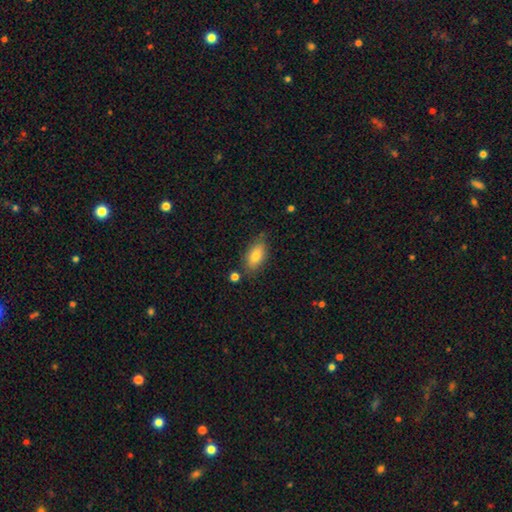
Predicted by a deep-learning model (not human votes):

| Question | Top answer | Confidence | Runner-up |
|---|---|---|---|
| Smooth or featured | smooth | 80% | featured or disk (13%) |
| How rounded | in between | 88% | cigar-shaped (7%) |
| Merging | none | 74% | minor disturbance (18%) |